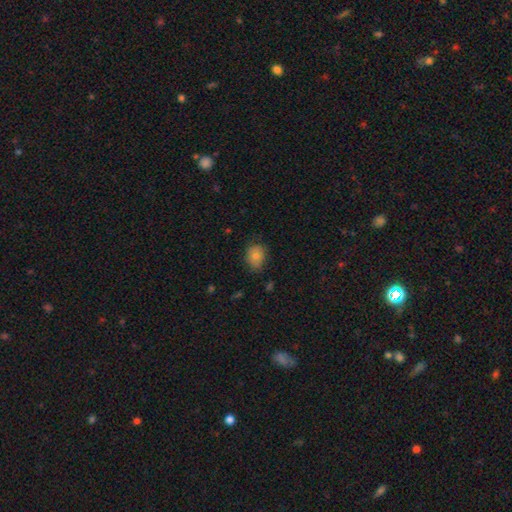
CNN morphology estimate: A smooth galaxy with no disk features (75%) that is round (56%).

Vote fractions:
- Smooth or featured? smooth: 75% / featured or disk: 14% / star or artifact: 11%
- How rounded? round: 56% / in between: 43% / cigar-shaped: 1%
- Merging? none: 71% / minor disturbance: 23% / major disturbance: 4% / merger: 1%